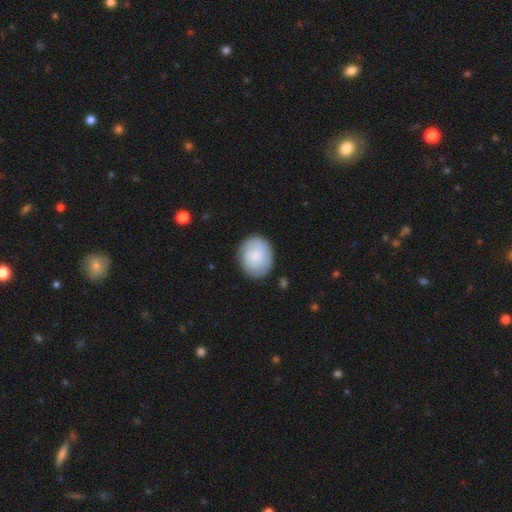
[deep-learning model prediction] A smooth galaxy with no disk features (66%) that is round (50%).

Vote fractions:
- Smooth or featured? smooth: 66% / featured or disk: 28% / star or artifact: 6%
- How rounded? round: 50% / in between: 49% / cigar-shaped: 1%
- Merging? none: 81% / minor disturbance: 14% / major disturbance: 4% / merger: 1%